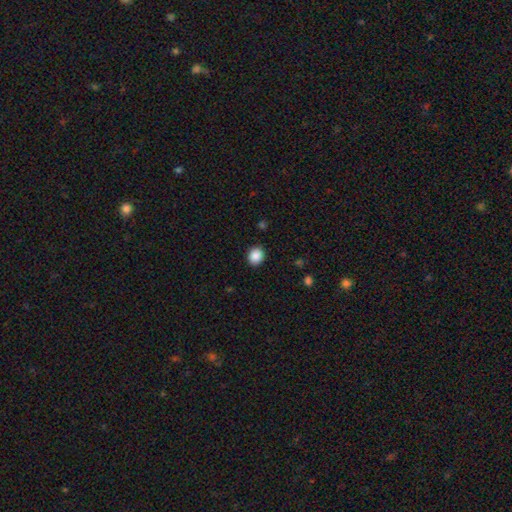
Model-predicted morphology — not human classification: type=smooth (89%); roundness=round (68%); merging=none (90%).